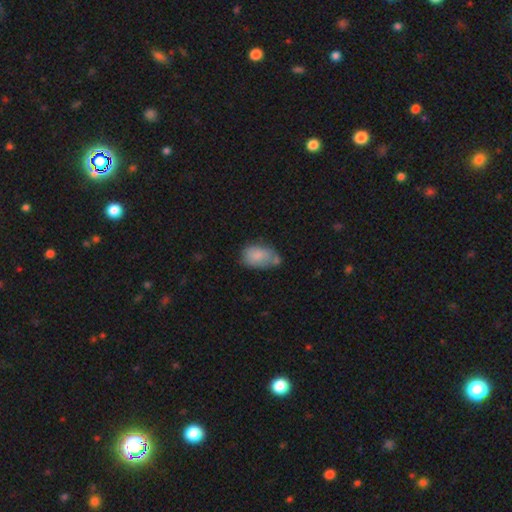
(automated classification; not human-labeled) Q: Smooth or featured?
A: smooth (80%); runner-up: featured or disk (12%)
Q: How rounded?
A: in between (87%); runner-up: round (12%)
Q: Merging?
A: none (44%); runner-up: minor disturbance (30%)